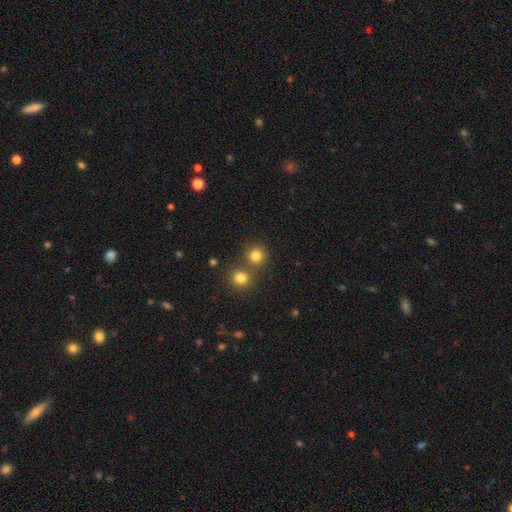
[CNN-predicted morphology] type=smooth (80%); roundness=round (91%); merging=none (68%).